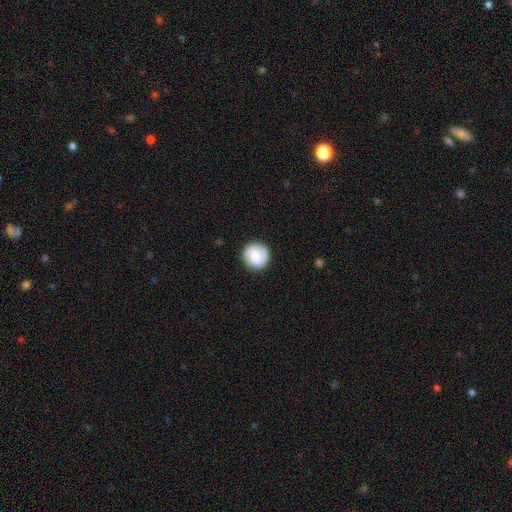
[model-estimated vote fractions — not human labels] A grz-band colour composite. It shows a smooth galaxy with no disk features (59%) that is round (92%). Merging: none (85%).